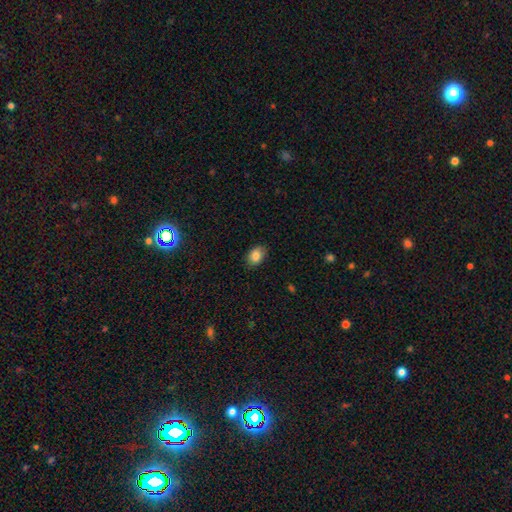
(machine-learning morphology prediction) This appears to be a smooth galaxy with no disk features (86%) that is in between round and cigar-shaped (81%). Merging: none (83%).